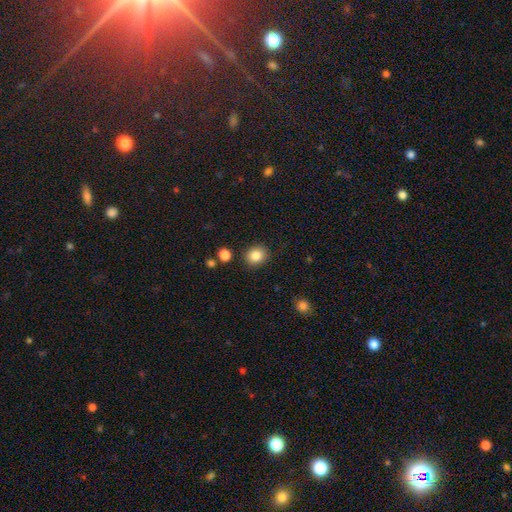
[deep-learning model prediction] This appears to be a smooth galaxy with no disk features (84%) that is round (71%). Merging: none (87%).